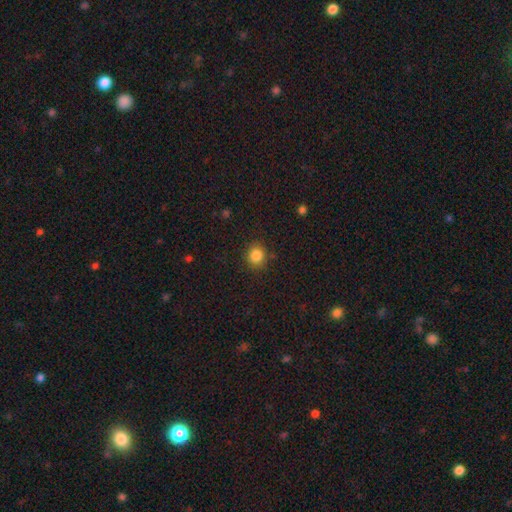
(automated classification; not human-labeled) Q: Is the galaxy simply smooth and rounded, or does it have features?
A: smooth — 85%.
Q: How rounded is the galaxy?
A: round — 85%.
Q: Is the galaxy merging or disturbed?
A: none — 86%.